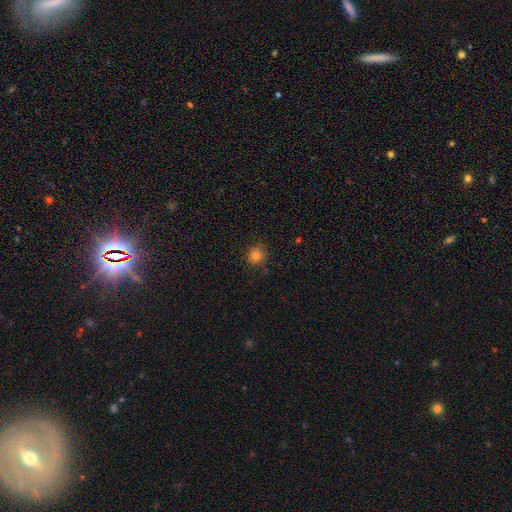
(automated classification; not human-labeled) smooth-or-featured: smooth: 79% | star or artifact: 13% | featured or disk: 8%
  how-rounded: round: 87% | in between: 12% | cigar-shaped: 1%
  merging: none: 87% | minor disturbance: 9% | major disturbance: 2% | merger: 2%